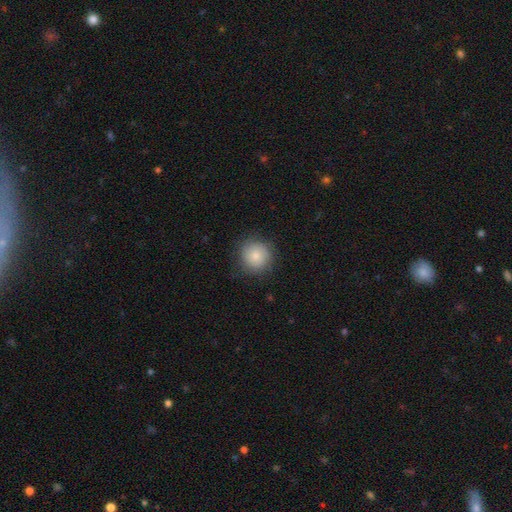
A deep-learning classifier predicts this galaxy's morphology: Smooth or featured? smooth (79%)
How rounded? round (93%)
Merging? none (81%)